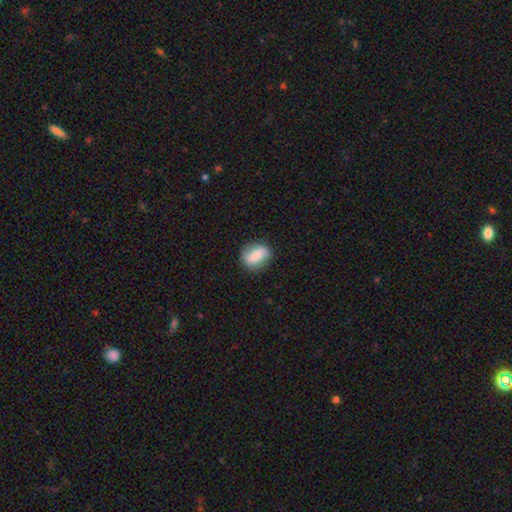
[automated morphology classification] Smooth or featured? smooth (66%)
How rounded? in between (61%)
Merging? none (78%)